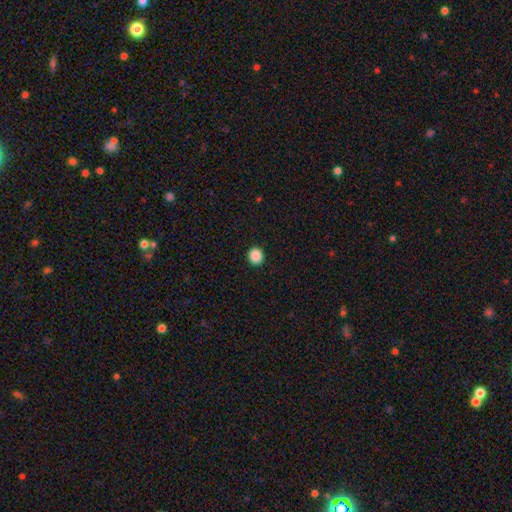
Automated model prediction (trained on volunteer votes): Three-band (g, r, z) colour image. It shows a smooth galaxy with no disk features (88%) that is round (90%). Merging: none (94%).